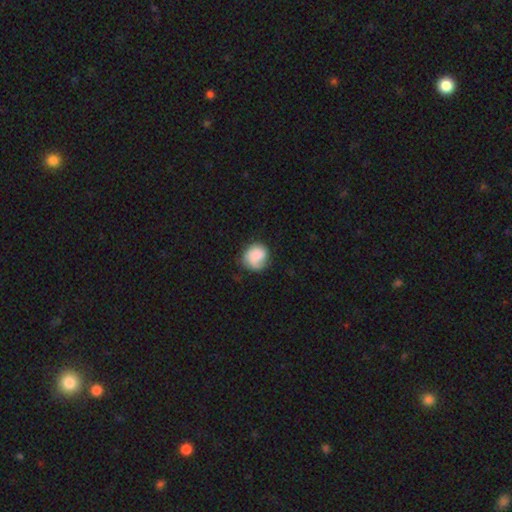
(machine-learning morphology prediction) Smooth or featured? smooth (72%)
How rounded? round (80%)
Merging? none (60%)